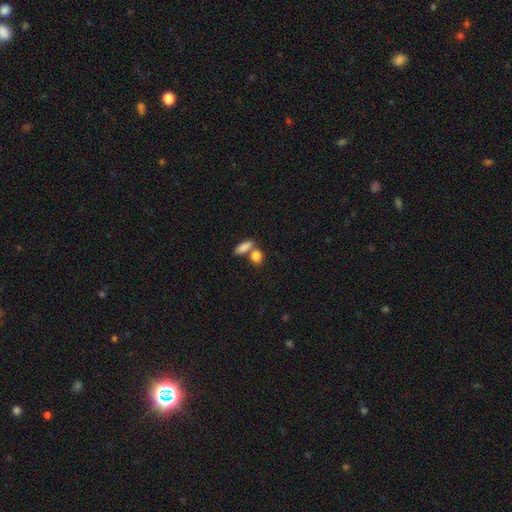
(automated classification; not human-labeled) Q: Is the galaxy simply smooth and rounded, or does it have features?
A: smooth — 85%.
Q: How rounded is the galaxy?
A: in between — 62%.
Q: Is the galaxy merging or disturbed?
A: none — 47%.